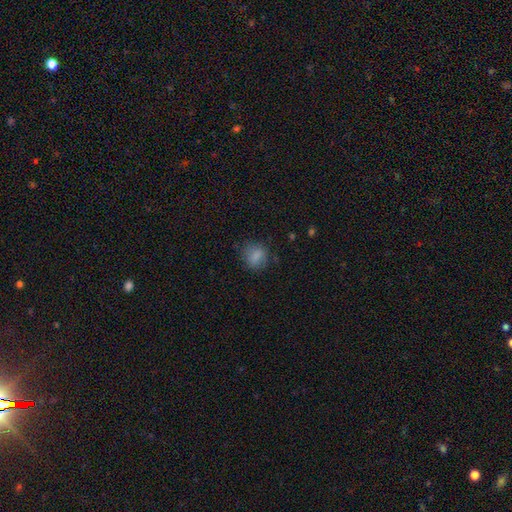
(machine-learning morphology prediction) type=smooth (82%); roundness=round (59%); merging=none (74%).